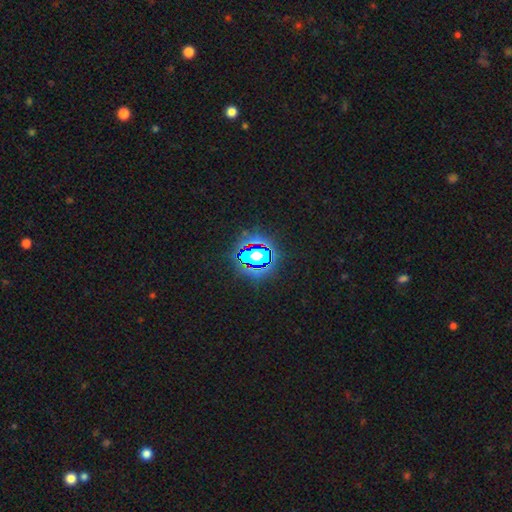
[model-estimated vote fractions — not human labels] Smooth or featured? Predicted: star or artifact (p=0.58).